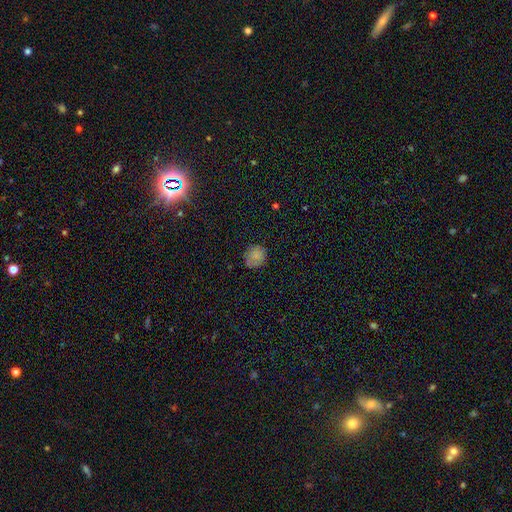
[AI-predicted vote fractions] A smooth galaxy with no disk features (79%) that is round (76%).

Vote fractions:
- Smooth or featured? smooth: 79% / star or artifact: 13% / featured or disk: 8%
- How rounded? round: 76% / in between: 23% / cigar-shaped: 1%
- Merging? none: 79% / minor disturbance: 16% / major disturbance: 3% / merger: 1%